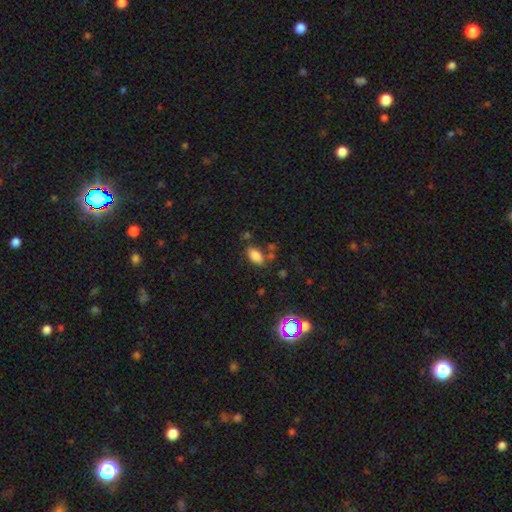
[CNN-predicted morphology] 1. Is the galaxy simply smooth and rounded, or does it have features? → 82% smooth, 12% star or artifact, 7% featured or disk.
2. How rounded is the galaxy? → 90% in between, 5% round, 5% cigar-shaped.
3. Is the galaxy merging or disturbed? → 71% none, 15% minor disturbance, 8% merger, 5% major disturbance.